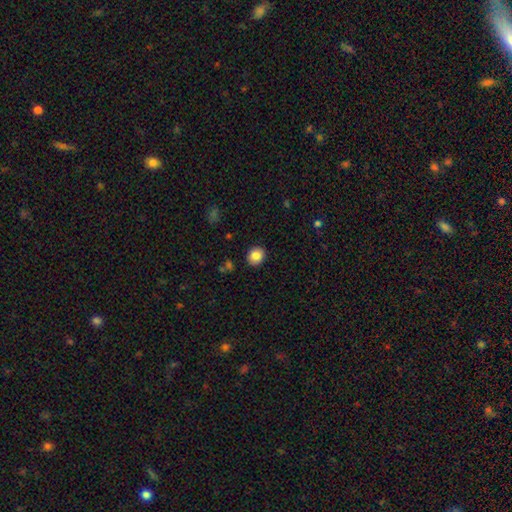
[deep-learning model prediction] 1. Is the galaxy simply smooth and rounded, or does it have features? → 86% smooth, 9% star or artifact, 5% featured or disk.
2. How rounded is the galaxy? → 71% round, 28% in between, 1% cigar-shaped.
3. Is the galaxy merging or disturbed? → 90% none, 7% minor disturbance, 2% major disturbance, 1% merger.